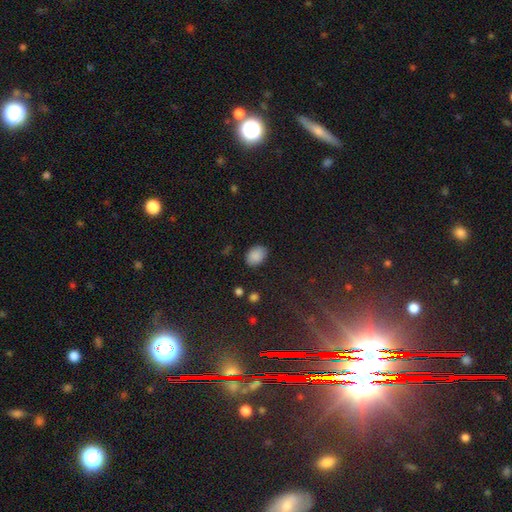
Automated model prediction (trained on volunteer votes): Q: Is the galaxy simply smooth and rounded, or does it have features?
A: smooth — 88%.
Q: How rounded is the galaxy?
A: in between — 80%.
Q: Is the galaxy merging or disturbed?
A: none — 84%.